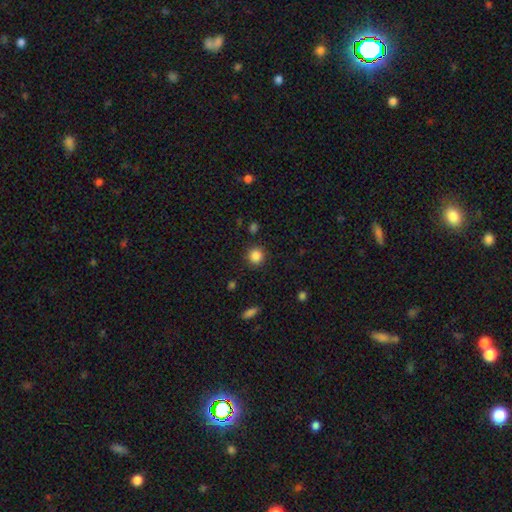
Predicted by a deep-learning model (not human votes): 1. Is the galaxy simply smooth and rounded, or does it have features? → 86% smooth, 10% star or artifact, 4% featured or disk.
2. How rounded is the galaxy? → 91% round, 8% in between, 1% cigar-shaped.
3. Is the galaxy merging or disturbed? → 88% none, 7% minor disturbance, 3% major disturbance, 2% merger.